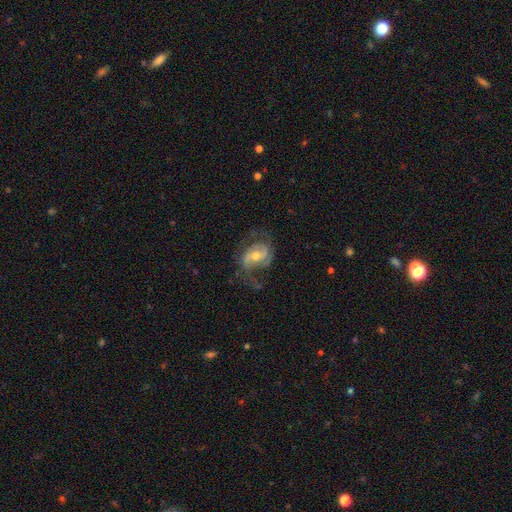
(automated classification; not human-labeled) Smooth or featured? Predicted: featured or disk (p=0.78). Edge-on disk? Predicted: no (p=0.97). Bar? Predicted: weak (p=0.42). Spiral arms? Predicted: yes (p=0.89). Spiral winding? Predicted: medium (p=0.45). Spiral arm count? Predicted: 2 (p=0.78). Bulge size? Predicted: moderate (p=0.64). Merging? Predicted: none (p=0.57).